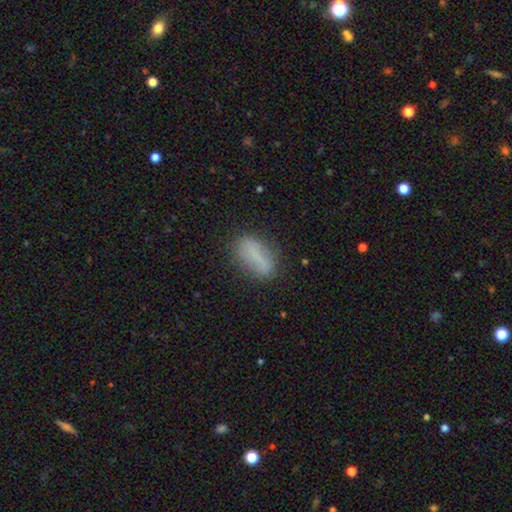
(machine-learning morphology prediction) Smooth or featured: smooth — 70% (featured or disk — 21%)
How rounded: in between — 74% (cigar-shaped — 21%)
Merging: none — 77% (minor disturbance — 16%)